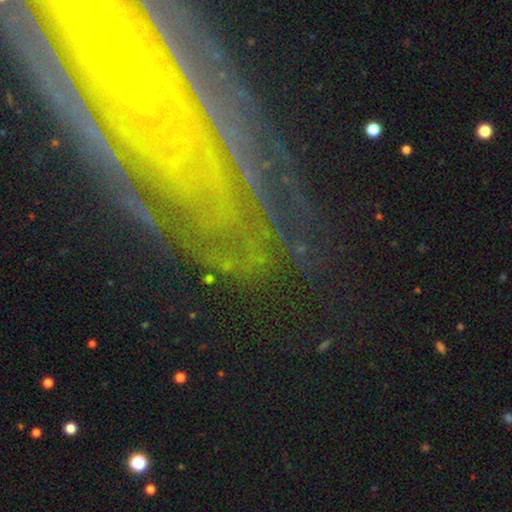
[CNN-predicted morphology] star or artifact 71%, featured or disk 14%, smooth 14%.